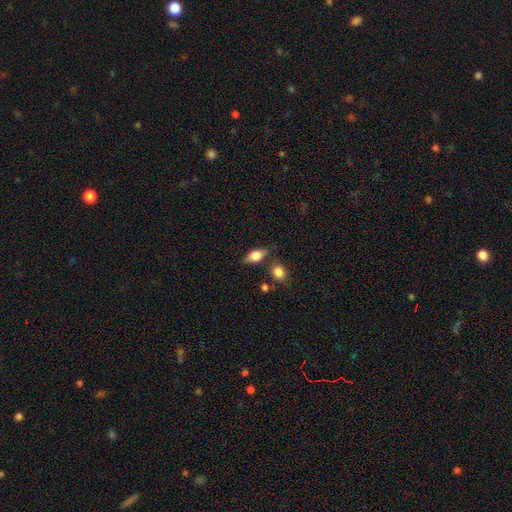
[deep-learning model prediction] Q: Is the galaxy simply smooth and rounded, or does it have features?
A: smooth — 75%.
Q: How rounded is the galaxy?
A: in between — 81%.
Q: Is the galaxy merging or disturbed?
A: none — 67%.